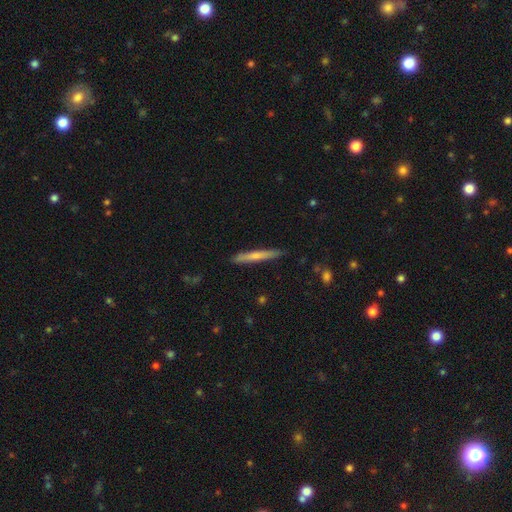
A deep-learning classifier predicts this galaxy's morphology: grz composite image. It shows a smooth galaxy with no disk features (59%) that is cigar-shaped (95%). Merging: none (87%).